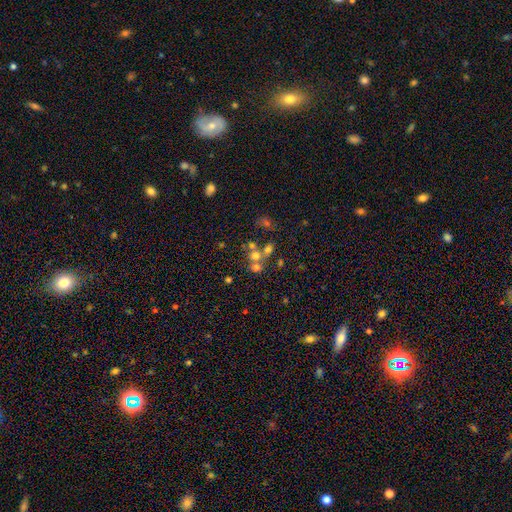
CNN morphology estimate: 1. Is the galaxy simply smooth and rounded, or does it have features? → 59% smooth, 21% featured or disk, 20% star or artifact.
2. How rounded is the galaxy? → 74% round, 24% in between, 1% cigar-shaped.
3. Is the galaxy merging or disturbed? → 50% merger, 37% none, 7% minor disturbance, 5% major disturbance.